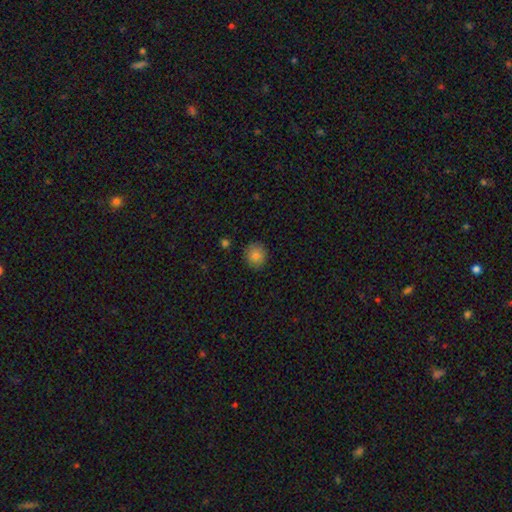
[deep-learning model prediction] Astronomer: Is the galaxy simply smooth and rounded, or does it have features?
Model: smooth — 83%.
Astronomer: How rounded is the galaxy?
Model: round — 86%.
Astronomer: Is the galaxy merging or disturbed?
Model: none — 88%.